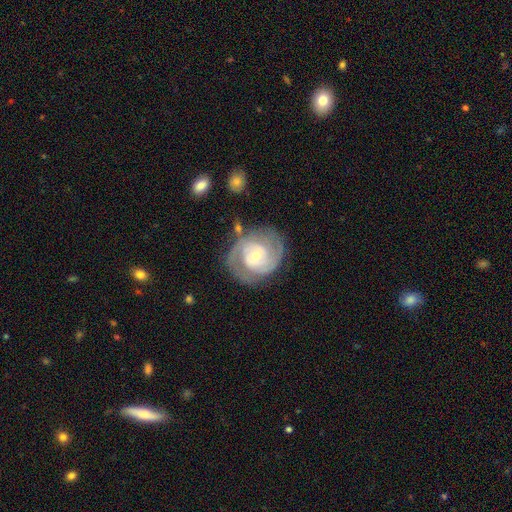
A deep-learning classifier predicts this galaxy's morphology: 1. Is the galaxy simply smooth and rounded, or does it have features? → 83% featured or disk, 12% smooth, 5% star or artifact.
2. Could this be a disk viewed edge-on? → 97% no, 3% yes.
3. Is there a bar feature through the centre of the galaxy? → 62% no, 31% weak, 8% strong.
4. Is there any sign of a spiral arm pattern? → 93% yes, 7% no.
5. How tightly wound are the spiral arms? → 56% tight, 35% medium, 9% loose.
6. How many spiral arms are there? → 66% 2, 16% can't tell, 10% 3, 3% 1, 3% 4, 2% more than 4.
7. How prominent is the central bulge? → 49% small, 45% moderate, 3% large, 1% none, 1% dominant.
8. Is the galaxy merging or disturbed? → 69% none, 17% minor disturbance, 9% major disturbance, 5% merger.